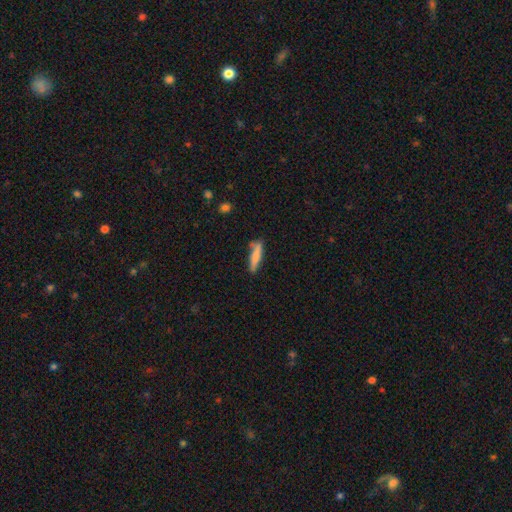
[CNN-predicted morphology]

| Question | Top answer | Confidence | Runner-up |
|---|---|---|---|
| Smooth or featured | smooth | 76% | featured or disk (17%) |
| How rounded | cigar-shaped | 80% | in between (18%) |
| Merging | none | 63% | minor disturbance (24%) |